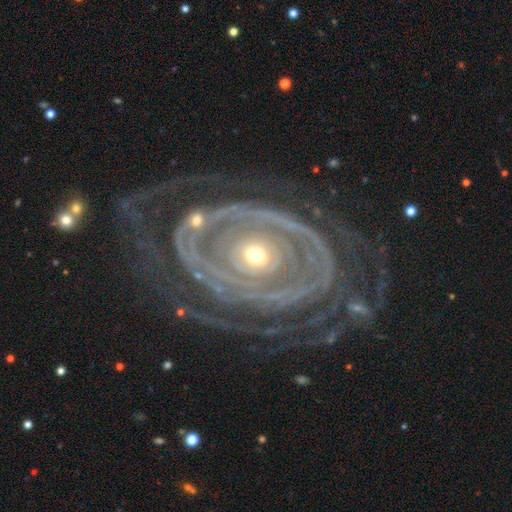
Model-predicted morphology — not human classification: A featured or disk galaxy (90%) with no bar (77%), 2 (32%) tight (68%) spiral arms (94%) and a small central bulge (54%). Merging: none (55%).